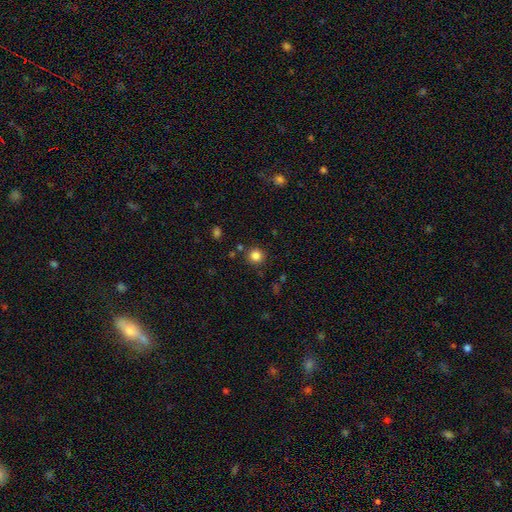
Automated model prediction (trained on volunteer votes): The model was most divided on "smooth or featured": smooth: 84%, star or artifact: 12%, featured or disk: 4%. More confident: how rounded — round (93%); merging — none (87%).